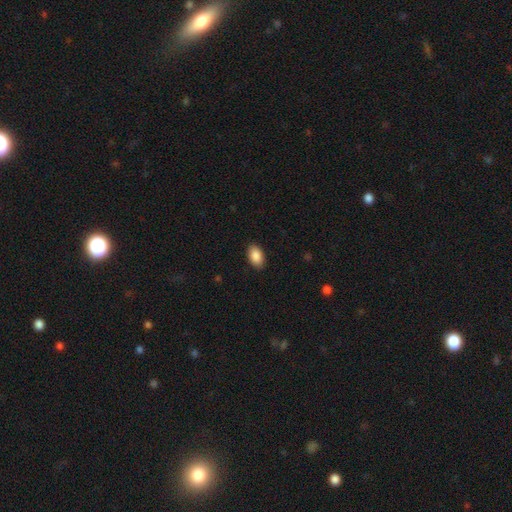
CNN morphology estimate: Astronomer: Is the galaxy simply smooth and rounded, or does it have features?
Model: smooth — 89%.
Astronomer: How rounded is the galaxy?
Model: in between — 93%.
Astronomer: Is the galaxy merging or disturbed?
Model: none — 90%.